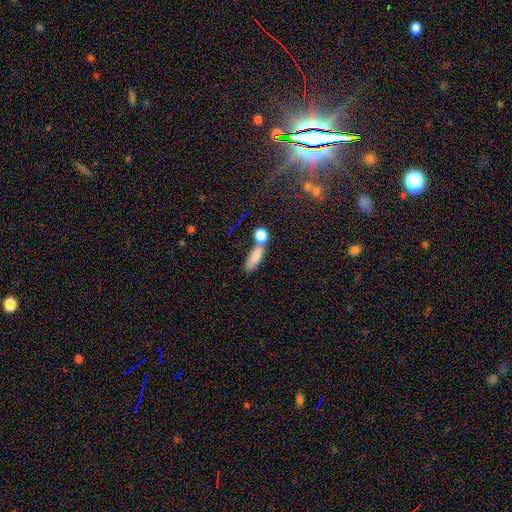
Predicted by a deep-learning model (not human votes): Q: Smooth or featured?
A: smooth (77%); runner-up: featured or disk (13%)
Q: How rounded?
A: in between (58%); runner-up: cigar-shaped (33%)
Q: Merging?
A: merger (53%); runner-up: none (30%)